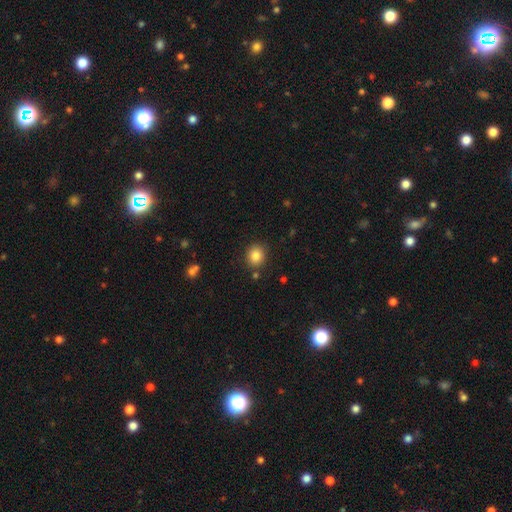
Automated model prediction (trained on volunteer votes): Smooth or featured?
  - smooth: 84% *
  - star or artifact: 10%
  - featured or disk: 6%
How rounded?
  - round: 80% *
  - in between: 19%
  - cigar-shaped: 1%
Merging?
  - none: 86% *
  - minor disturbance: 8%
  - merger: 3%
  - major disturbance: 2%